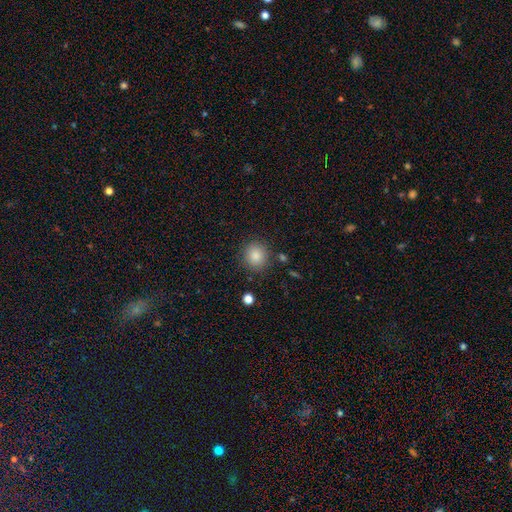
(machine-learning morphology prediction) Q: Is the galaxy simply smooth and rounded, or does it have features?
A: smooth — 86%.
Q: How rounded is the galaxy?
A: round — 84%.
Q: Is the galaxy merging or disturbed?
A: none — 85%.